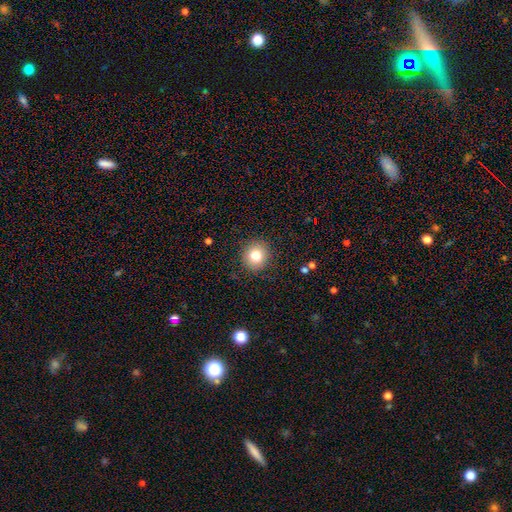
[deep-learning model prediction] A smooth galaxy with no disk features (79%) that is round (89%).

Vote fractions:
- Smooth or featured? smooth: 79% / star or artifact: 11% / featured or disk: 10%
- How rounded? round: 89% / in between: 10% / cigar-shaped: 1%
- Merging? none: 90% / minor disturbance: 7% / major disturbance: 2% / merger: 1%